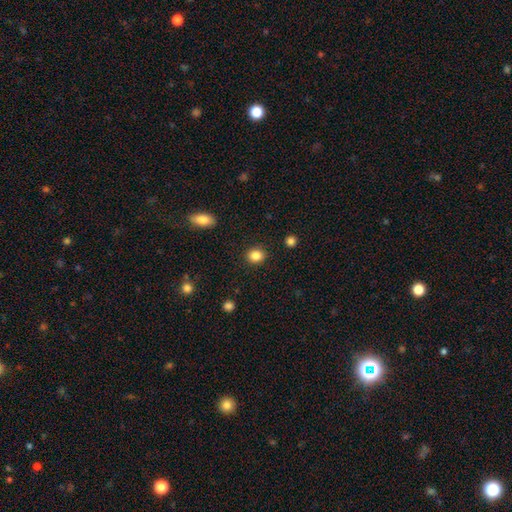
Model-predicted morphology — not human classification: Smooth or featured? smooth (86%)
How rounded? round (69%)
Merging? none (90%)